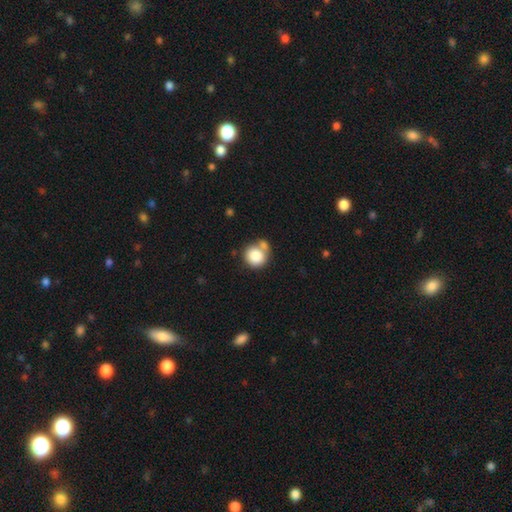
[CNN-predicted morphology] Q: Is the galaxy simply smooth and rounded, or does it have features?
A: smooth — 83%.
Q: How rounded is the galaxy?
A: round — 89%.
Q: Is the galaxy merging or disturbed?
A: none — 54%.